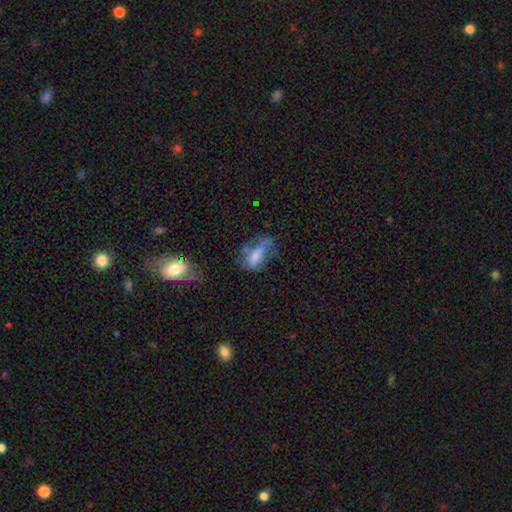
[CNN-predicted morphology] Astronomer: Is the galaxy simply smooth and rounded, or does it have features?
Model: smooth — 55% (runner-up: featured or disk, 32%).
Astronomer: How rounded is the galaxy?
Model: in between — 71%.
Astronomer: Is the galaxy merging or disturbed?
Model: none — 37% (runner-up: major disturbance, 28%).